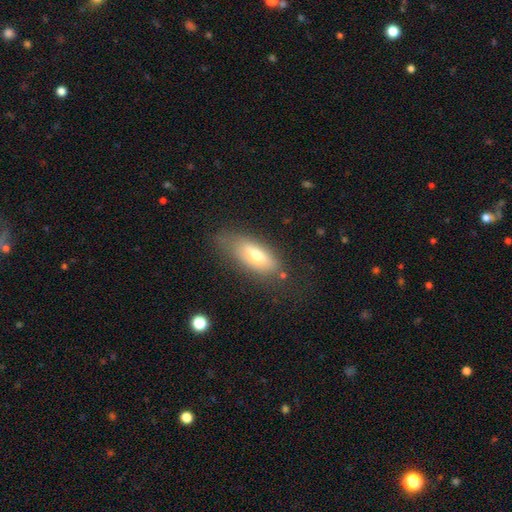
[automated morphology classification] A smooth galaxy with no disk features (67%) that is in between round and cigar-shaped (77%).

Vote fractions:
- Smooth or featured? smooth: 67% / featured or disk: 25% / star or artifact: 8%
- How rounded? in between: 77% / cigar-shaped: 20% / round: 3%
- Merging? none: 61% / minor disturbance: 25% / major disturbance: 11% / merger: 3%